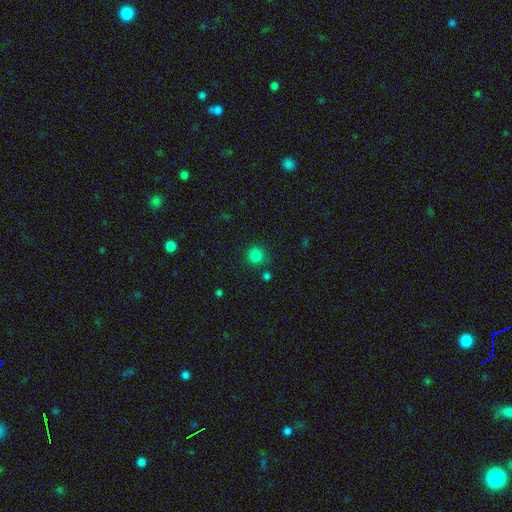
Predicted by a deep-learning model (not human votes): Q: Smooth or featured?
A: smooth (82%); runner-up: star or artifact (15%)
Q: How rounded?
A: round (94%); runner-up: in between (5%)
Q: Merging?
A: none (84%); runner-up: minor disturbance (8%)